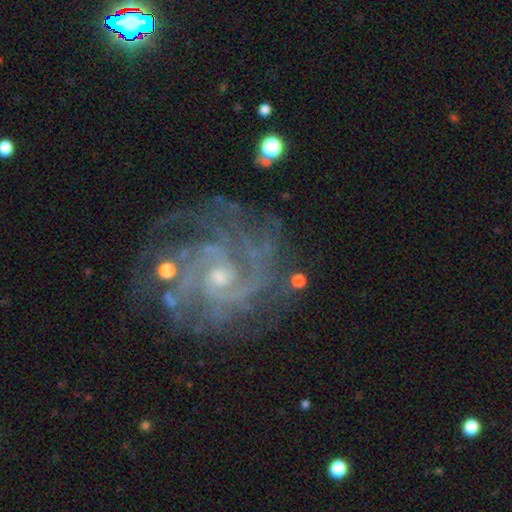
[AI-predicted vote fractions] Smooth or featured? Predicted: featured or disk (p=0.87). Edge-on disk? Predicted: no (p=0.98). Bar? Predicted: no (p=0.63). Spiral arms? Predicted: yes (p=0.96). Spiral winding? Predicted: tight (p=0.62). Spiral arm count? Predicted: can't tell (p=0.27). Bulge size? Predicted: small (p=0.69). Merging? Predicted: none (p=0.71).